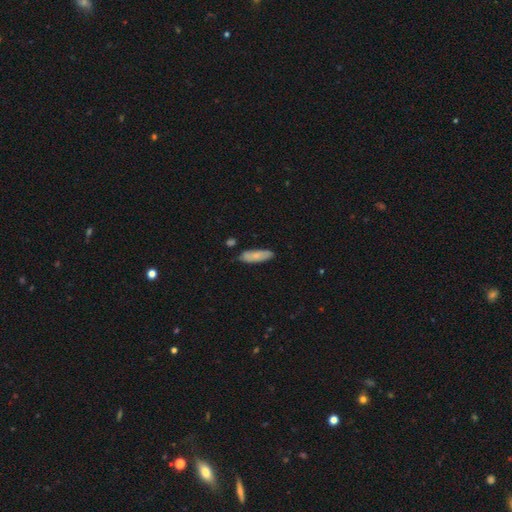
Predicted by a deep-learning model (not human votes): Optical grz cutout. It shows a smooth galaxy with no disk features (73%) that is cigar-shaped (51%). Merging: none (78%).